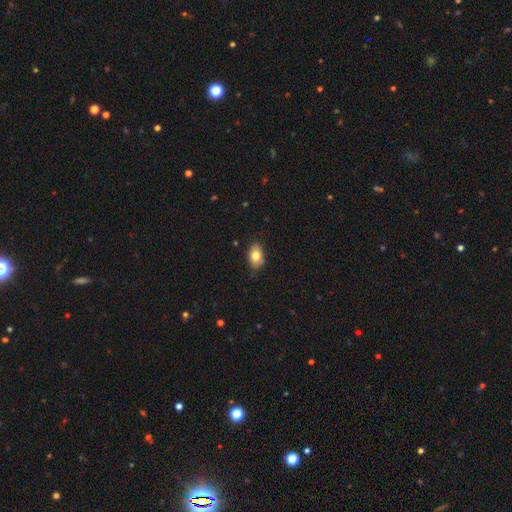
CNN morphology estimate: smooth-or-featured: smooth: 80% | featured or disk: 12% | star or artifact: 8%
  how-rounded: in between: 87% | round: 11% | cigar-shaped: 2%
  merging: none: 82% | minor disturbance: 15% | major disturbance: 2% | merger: 1%